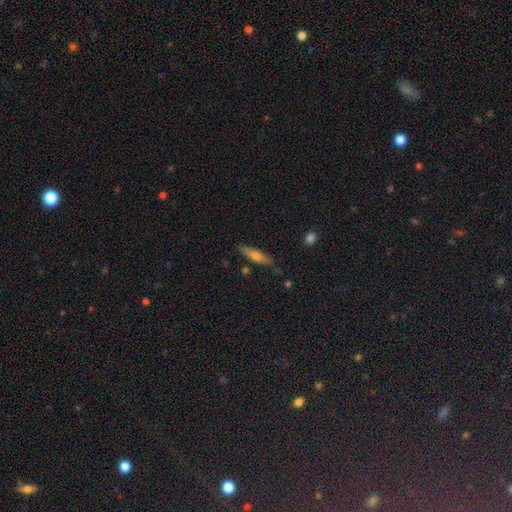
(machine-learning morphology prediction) This appears to be a smooth galaxy with no disk features (53%) that is cigar-shaped (77%). Merging: none (83%).